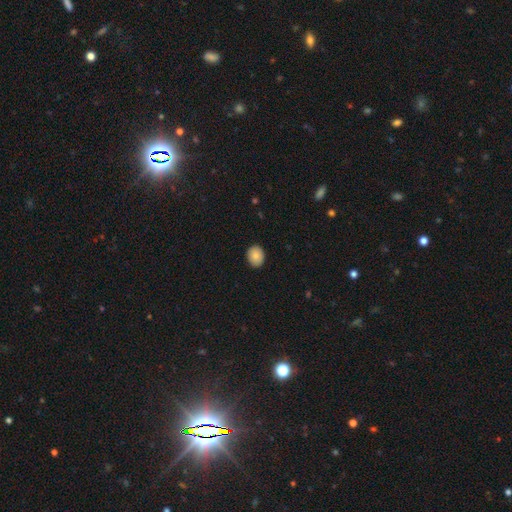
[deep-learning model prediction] smooth-or-featured: smooth: 87% | star or artifact: 8% | featured or disk: 5%
  how-rounded: round: 58% | in between: 41% | cigar-shaped: 1%
  merging: none: 90% | minor disturbance: 7% | major disturbance: 2% | merger: 1%